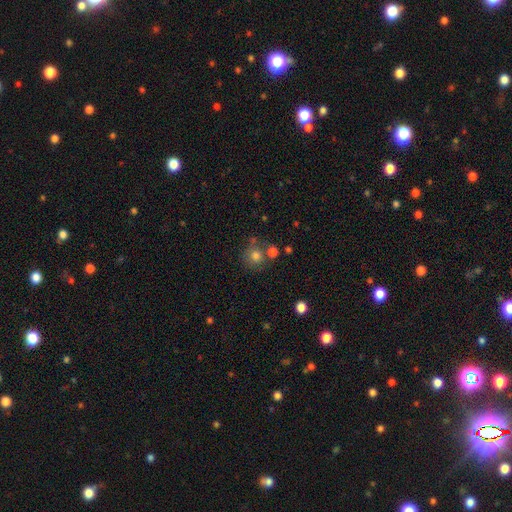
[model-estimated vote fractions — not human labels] Smooth or featured? smooth (77%)
How rounded? round (88%)
Merging? none (62%)